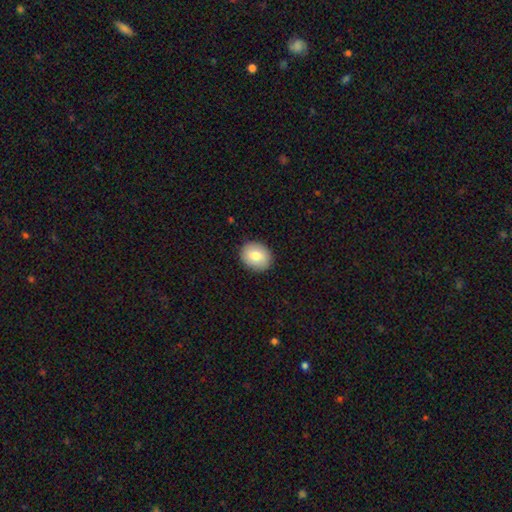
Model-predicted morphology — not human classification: type=smooth (80%); roundness=round (62%); merging=none (90%).